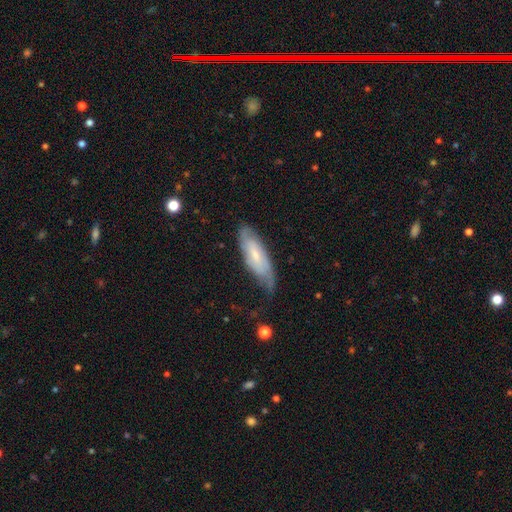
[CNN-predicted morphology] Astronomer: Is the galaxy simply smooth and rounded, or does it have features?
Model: featured or disk — 58% (runner-up: smooth, 35%).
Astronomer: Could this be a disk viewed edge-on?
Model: no — 79%.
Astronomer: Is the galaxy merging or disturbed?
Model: none — 58%.